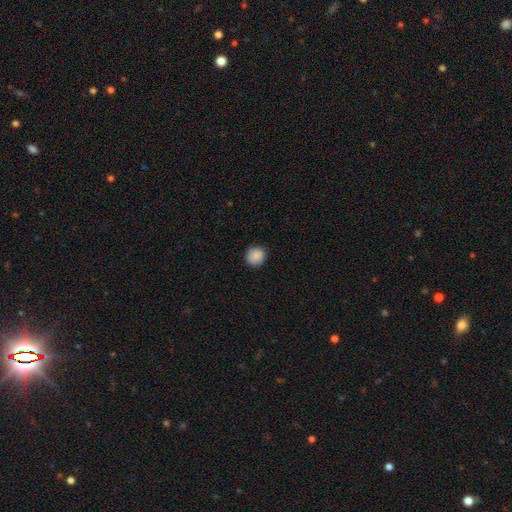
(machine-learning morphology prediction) A smooth galaxy with no disk features (89%) that is round (88%).

Vote fractions:
- Smooth or featured? smooth: 89% / star or artifact: 8% / featured or disk: 3%
- How rounded? round: 88% / in between: 11% / cigar-shaped: 1%
- Merging? none: 88% / minor disturbance: 9% / major disturbance: 2% / merger: 1%